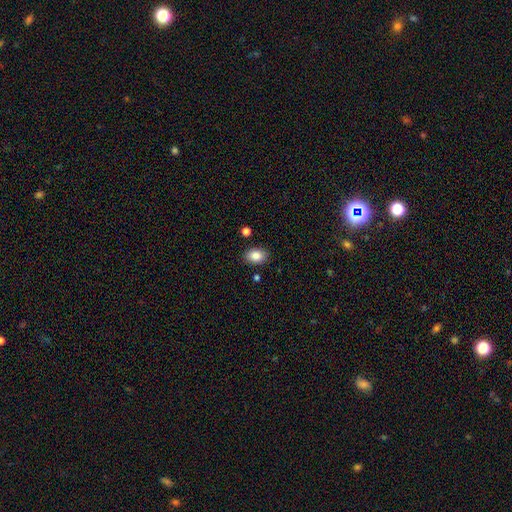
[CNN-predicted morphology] smooth 86%, star or artifact 8%, featured or disk 6%. Down the decision tree: how rounded — in between (76%); merging — none (85%).